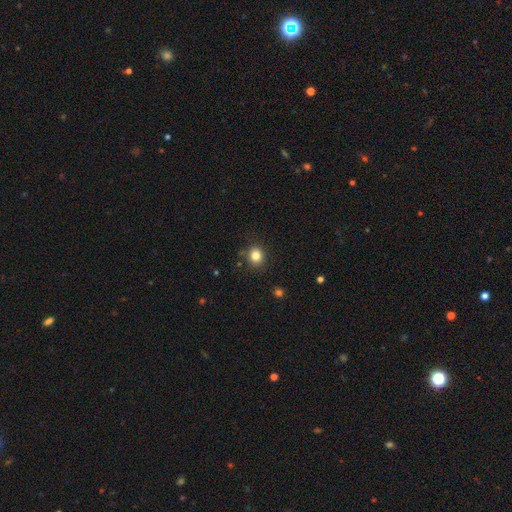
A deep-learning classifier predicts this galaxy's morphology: smooth 83%, star or artifact 12%, featured or disk 6%. Down the decision tree: how rounded — round (78%); merging — none (86%).